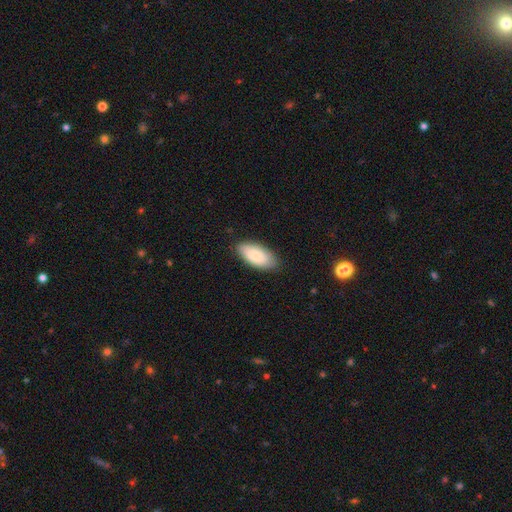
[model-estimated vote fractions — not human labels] Smooth or featured?
  - smooth: 84% *
  - featured or disk: 10%
  - star or artifact: 6%
How rounded?
  - in between: 92% *
  - cigar-shaped: 6%
  - round: 2%
Merging?
  - none: 84% *
  - minor disturbance: 13%
  - major disturbance: 2%
  - merger: 1%